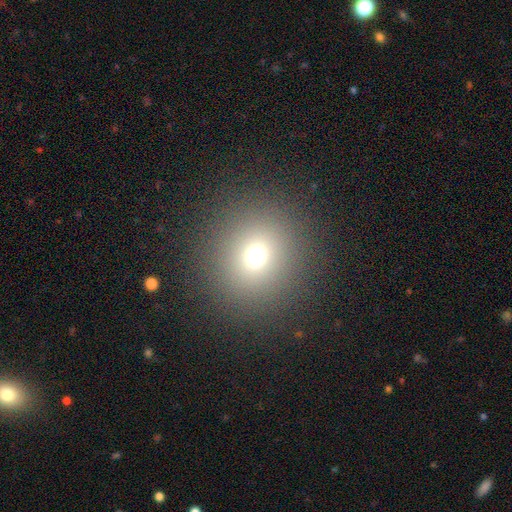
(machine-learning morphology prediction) The model was most divided on "smooth or featured": smooth: 69%, star or artifact: 22%, featured or disk: 9%. More confident: how rounded — round (90%); merging — none (88%).